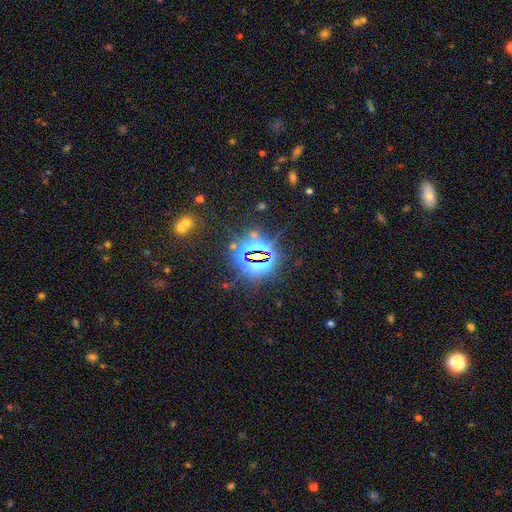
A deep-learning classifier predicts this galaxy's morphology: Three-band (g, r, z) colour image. It shows a star or artifact, not a galaxy (83%).